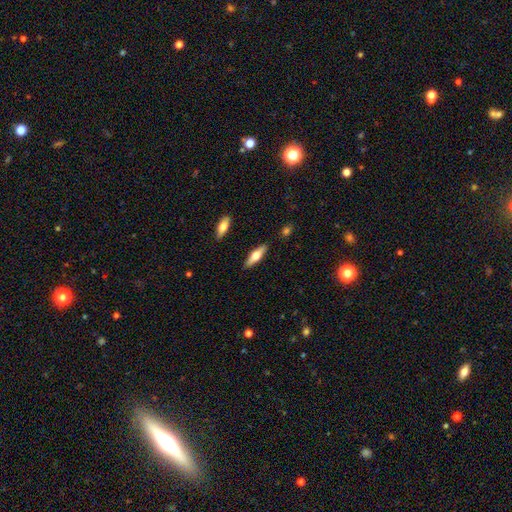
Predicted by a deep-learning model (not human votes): smooth_or_featured: smooth (p=0.48) [alt: featured or disk p=0.46]
merging: none (p=0.88) [alt: minor disturbance p=0.08]